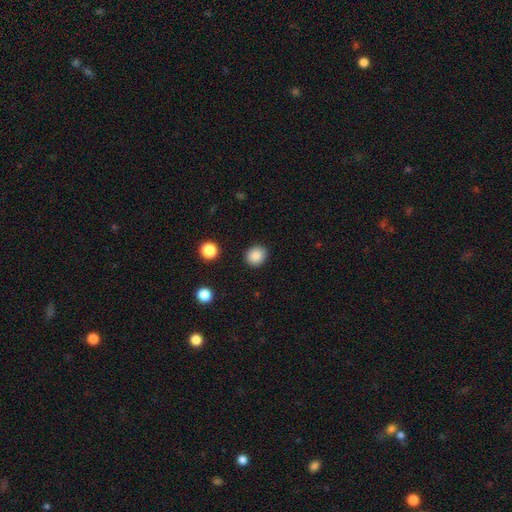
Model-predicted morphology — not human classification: Overall: smooth (87%). How rounded: round (79%). Merging: none (89%).